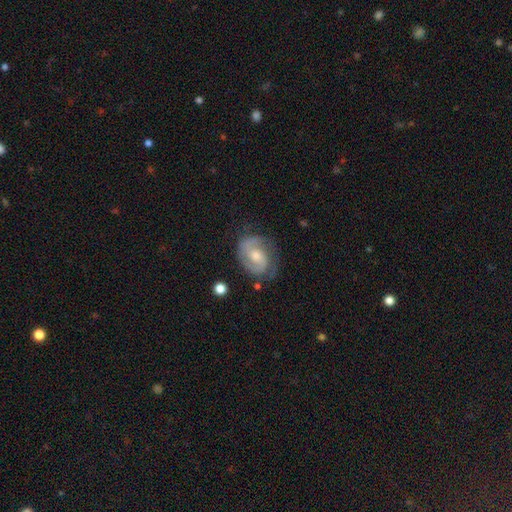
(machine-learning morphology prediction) Smooth or featured: featured or disk — 82% (smooth — 12%)
Edge-on disk: no — 97% (yes — 3%)
Bar: no — 50% (weak — 41%)
Spiral arms: yes — 95% (no — 5%)
Spiral winding: medium — 45% (tight — 44%)
Spiral arm count: 2 — 83% (can't tell — 7%)
Bulge size: moderate — 58% (small — 31%)
Merging: none — 73% (minor disturbance — 18%)